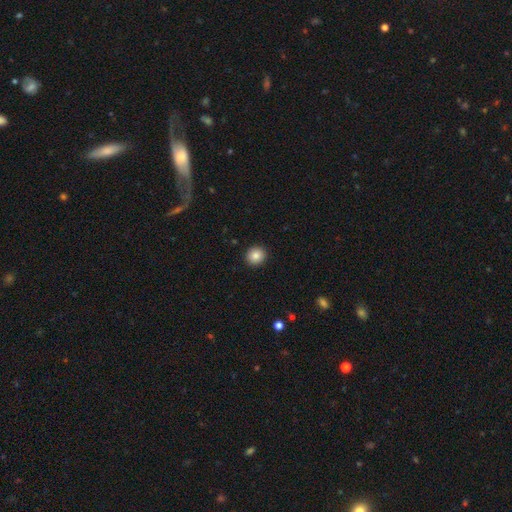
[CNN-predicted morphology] Smooth or featured? smooth (85%)
How rounded? round (87%)
Merging? none (93%)